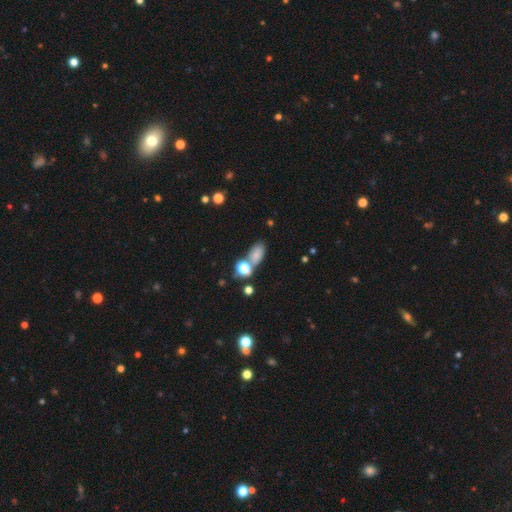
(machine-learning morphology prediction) Q: Smooth or featured?
A: smooth (77%); runner-up: star or artifact (14%)
Q: How rounded?
A: in between (83%); runner-up: round (13%)
Q: Merging?
A: none (52%); runner-up: merger (28%)